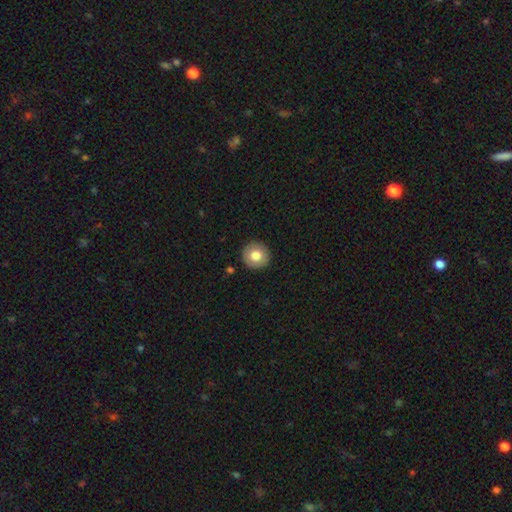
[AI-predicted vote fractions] Q: Smooth or featured?
A: smooth (77%); runner-up: featured or disk (15%)
Q: How rounded?
A: round (94%); runner-up: in between (5%)
Q: Merging?
A: none (91%); runner-up: minor disturbance (6%)